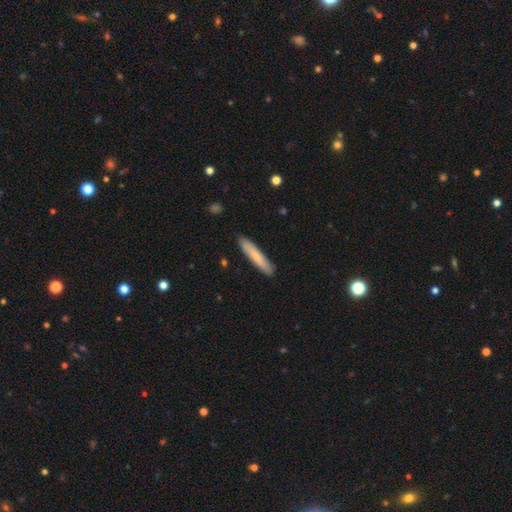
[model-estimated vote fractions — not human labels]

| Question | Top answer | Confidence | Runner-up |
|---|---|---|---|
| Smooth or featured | smooth | 75% | featured or disk (19%) |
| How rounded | cigar-shaped | 90% | in between (9%) |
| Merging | none | 90% | minor disturbance (8%) |